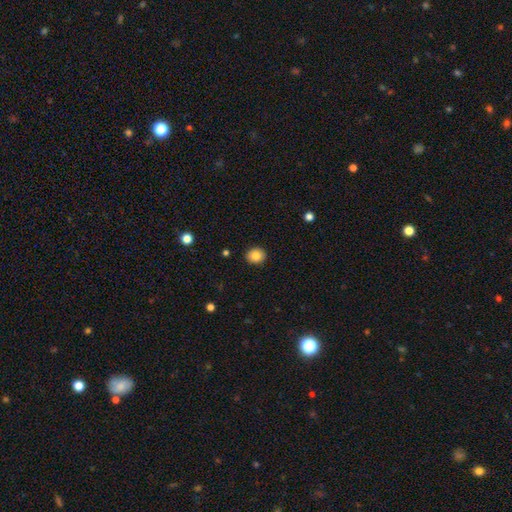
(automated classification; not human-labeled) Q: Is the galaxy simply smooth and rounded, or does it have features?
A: smooth — 83%.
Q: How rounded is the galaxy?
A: round — 72%.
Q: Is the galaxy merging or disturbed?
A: none — 91%.